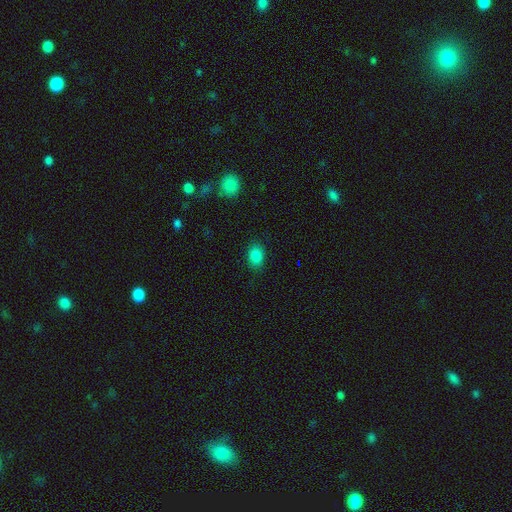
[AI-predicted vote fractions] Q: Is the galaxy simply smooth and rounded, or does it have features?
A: smooth — 84%.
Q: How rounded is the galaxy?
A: in between — 76%.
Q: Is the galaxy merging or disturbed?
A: none — 86%.